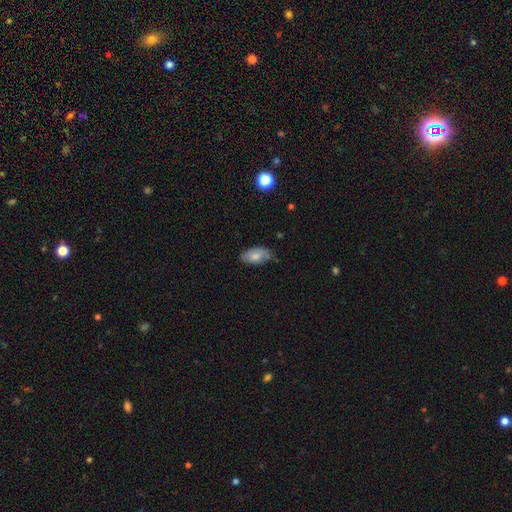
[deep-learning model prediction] Overall: smooth (75%). How rounded: in between (93%). Merging: none (66%; minor disturbance 28%).